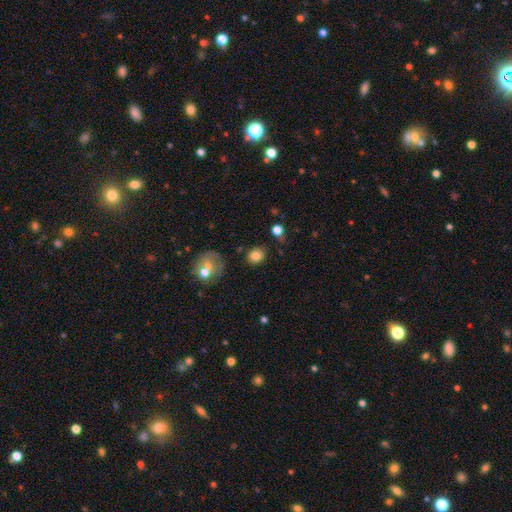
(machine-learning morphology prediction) This is clearly a smooth galaxy (81%). How rounded: likely round (64%). Merging: likely none (80%).